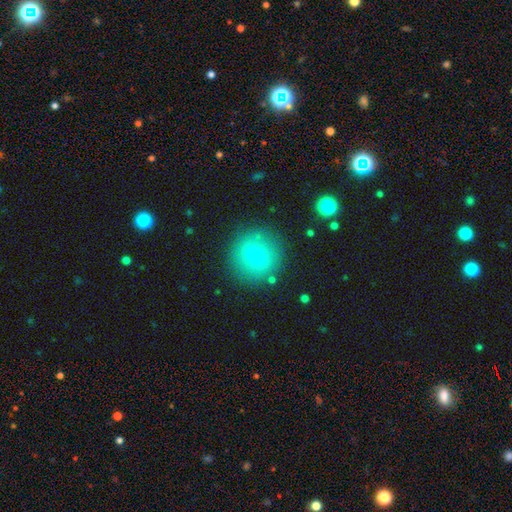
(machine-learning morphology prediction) type=smooth (70%); roundness=round (94%); merging=none (86%).